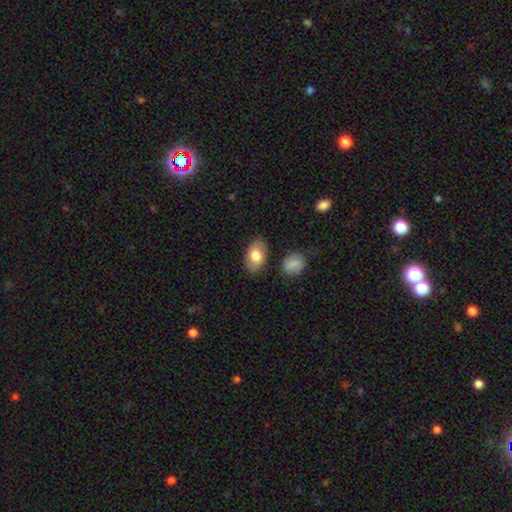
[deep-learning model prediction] Overall: smooth (78%). How rounded: in between (90%). Merging: none (82%).